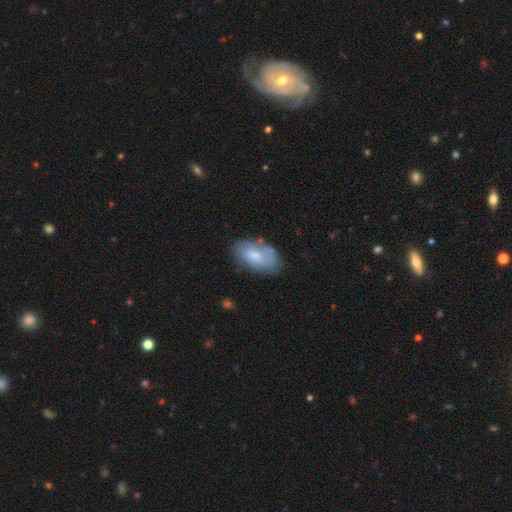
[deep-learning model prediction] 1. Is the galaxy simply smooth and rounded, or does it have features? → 56% smooth, 37% featured or disk, 7% star or artifact.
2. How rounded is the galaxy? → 92% in between, 6% round, 2% cigar-shaped.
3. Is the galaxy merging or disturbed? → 68% none, 23% minor disturbance, 6% major disturbance, 3% merger.